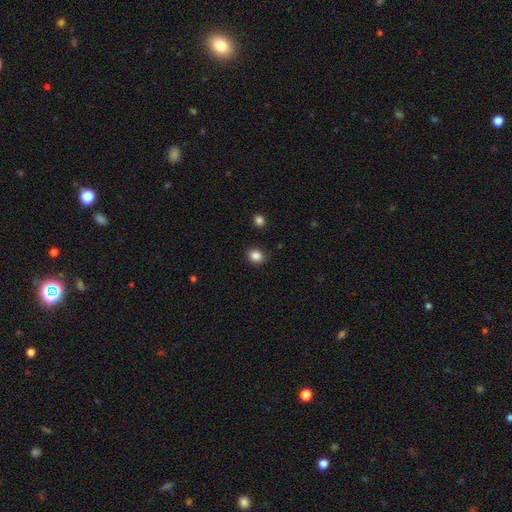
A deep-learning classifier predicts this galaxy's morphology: A smooth galaxy with no disk features (86%) that is round (67%).

Vote fractions:
- Smooth or featured? smooth: 86% / star or artifact: 10% / featured or disk: 4%
- How rounded? round: 67% / in between: 32% / cigar-shaped: 1%
- Merging? none: 86% / minor disturbance: 10% / major disturbance: 3% / merger: 2%